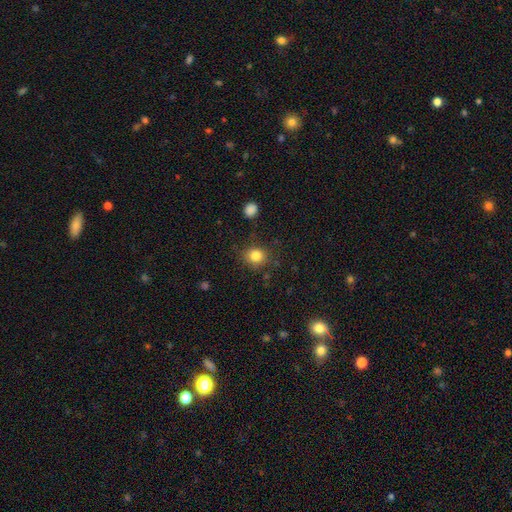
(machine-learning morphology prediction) Smooth or featured?
  - smooth: 83% *
  - star or artifact: 11%
  - featured or disk: 6%
How rounded?
  - round: 78% *
  - in between: 21%
  - cigar-shaped: 1%
Merging?
  - none: 83% *
  - minor disturbance: 12%
  - major disturbance: 4%
  - merger: 2%